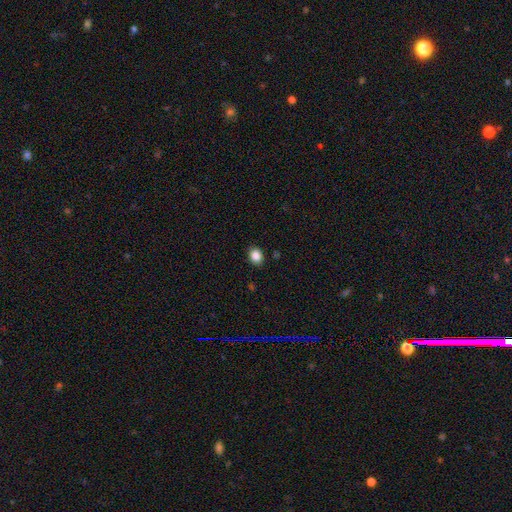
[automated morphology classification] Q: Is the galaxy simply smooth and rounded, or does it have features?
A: smooth — 86%.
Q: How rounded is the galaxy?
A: round — 52%.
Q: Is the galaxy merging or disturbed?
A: none — 88%.